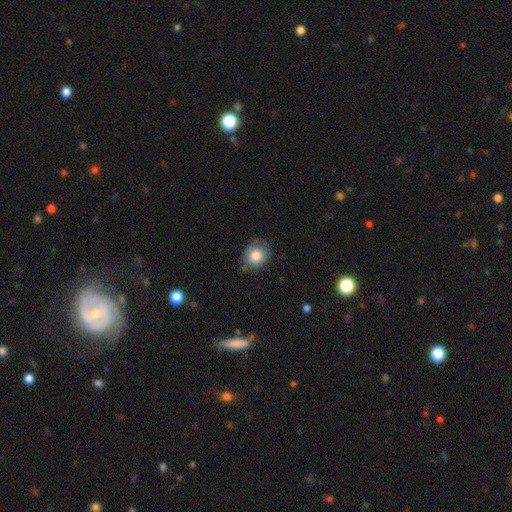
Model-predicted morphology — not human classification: Smooth or featured? Predicted: smooth (p=0.81). How rounded? Predicted: round (p=0.71). Merging? Predicted: none (p=0.70).